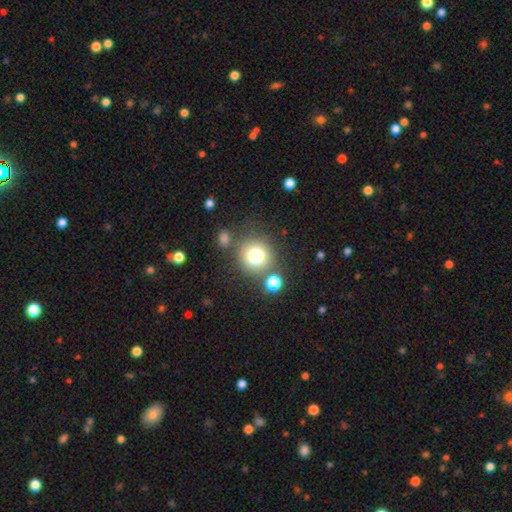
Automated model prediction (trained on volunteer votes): A smooth galaxy with no disk features (76%) that is round (92%).

Vote fractions:
- Smooth or featured? smooth: 76% / star or artifact: 13% / featured or disk: 11%
- How rounded? round: 92% / in between: 7% / cigar-shaped: 1%
- Merging? none: 74% / merger: 11% / minor disturbance: 10% / major disturbance: 5%